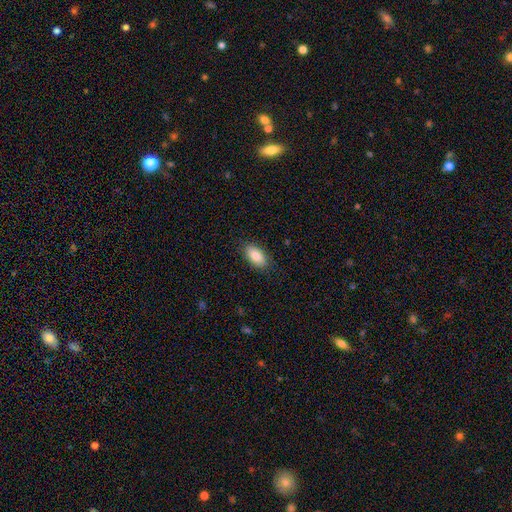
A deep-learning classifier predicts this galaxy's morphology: Overall: smooth (87%). How rounded: in between (92%). Merging: none (86%).